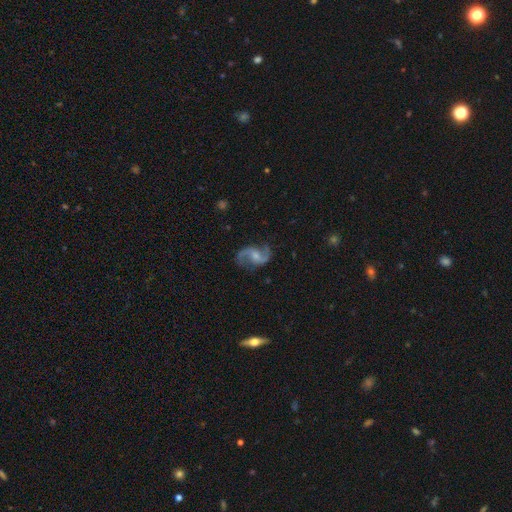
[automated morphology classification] featured or disk 89%, smooth 6%, star or artifact 5%. Down the decision tree: edge-on disk — no (98%); bar — no (46%); spiral arms — yes (97%); spiral arm count — 2 (93%); spiral winding — loose (55%); bulge size — moderate (43%); merging — none (78%).